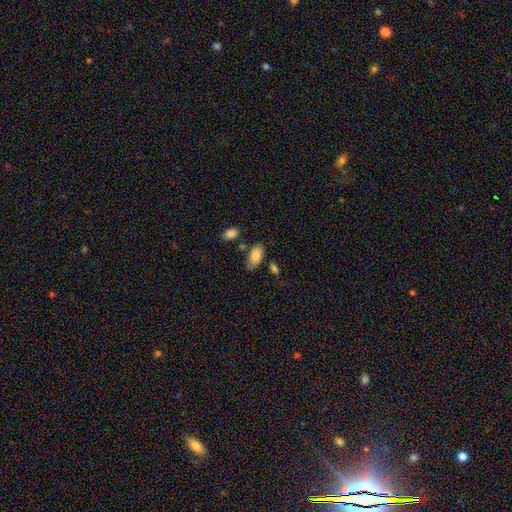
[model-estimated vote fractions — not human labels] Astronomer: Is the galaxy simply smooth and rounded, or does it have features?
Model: smooth — 84%.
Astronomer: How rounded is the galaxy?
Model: in between — 94%.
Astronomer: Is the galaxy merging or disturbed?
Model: none — 69%.